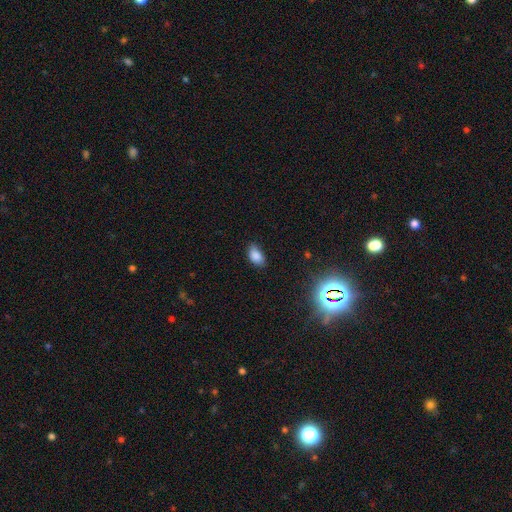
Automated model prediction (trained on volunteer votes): Overall: smooth (83%). How rounded: in between (90%). Merging: none (71%).